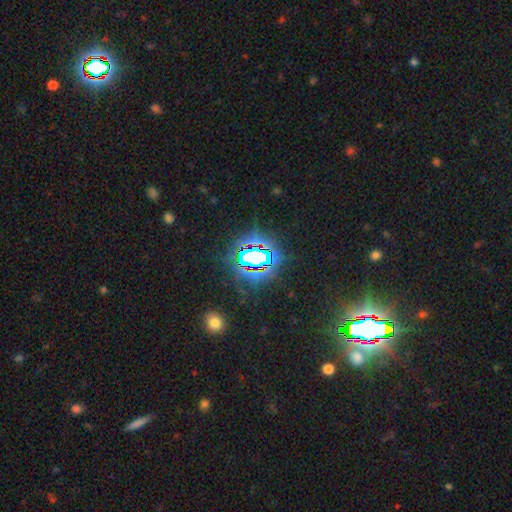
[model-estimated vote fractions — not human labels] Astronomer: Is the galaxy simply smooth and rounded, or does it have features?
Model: star or artifact — 75%.